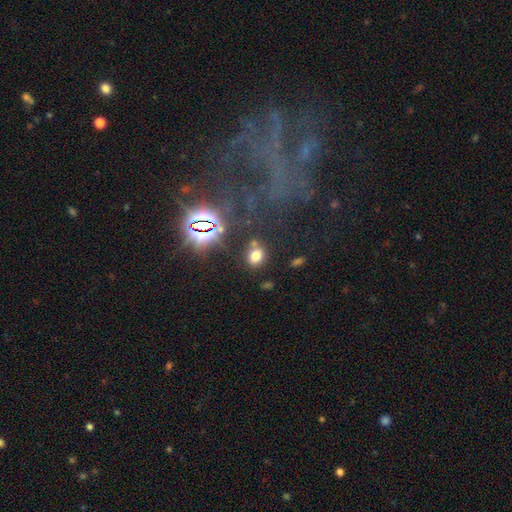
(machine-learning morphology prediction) This is likely a smooth galaxy (68%). How rounded: possibly in between (55%). Merging: likely none (67%).